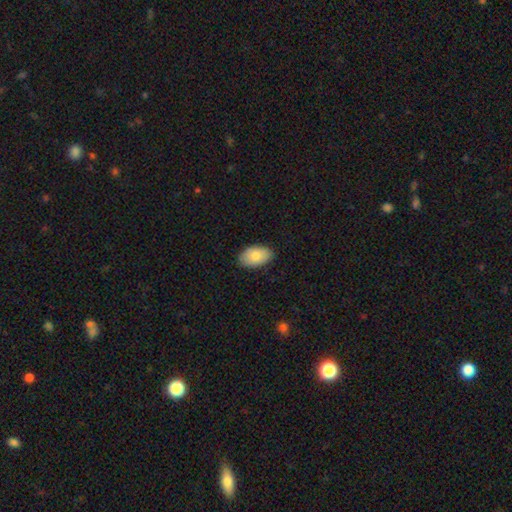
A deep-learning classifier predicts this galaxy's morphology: The model was most divided on "smooth or featured": smooth: 82%, featured or disk: 11%, star or artifact: 6%. More confident: how rounded — in between (93%); merging — none (85%).